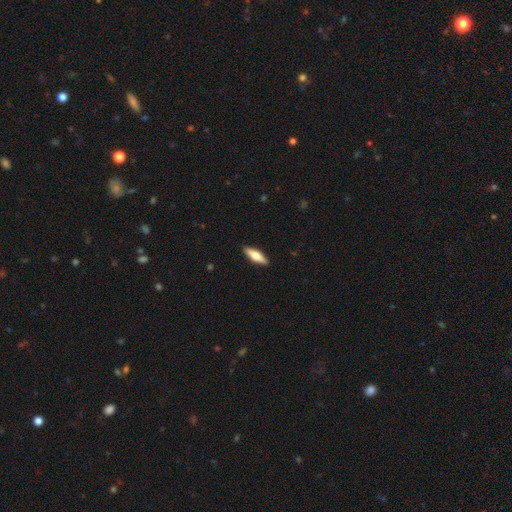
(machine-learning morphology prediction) A smooth galaxy with no disk features (62%) that is cigar-shaped (54%).

Vote fractions:
- Smooth or featured? smooth: 62% / featured or disk: 32% / star or artifact: 6%
- How rounded? cigar-shaped: 54% / in between: 44% / round: 2%
- Merging? none: 90% / minor disturbance: 7% / major disturbance: 2% / merger: 1%